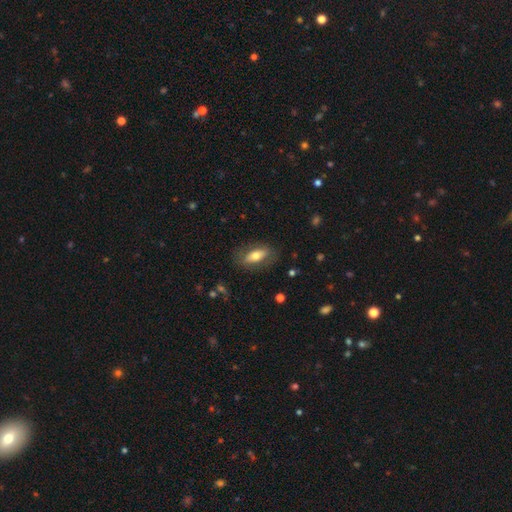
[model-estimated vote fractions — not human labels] A smooth galaxy with no disk features (62%) that is in between round and cigar-shaped (79%). Merging: none (77%).